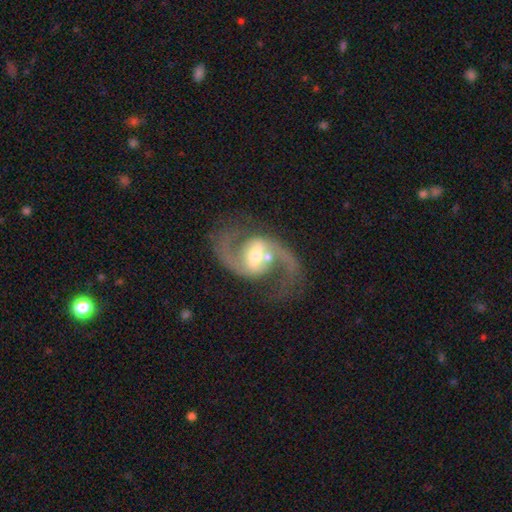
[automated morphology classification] This appears to be a featured or disk galaxy (92%) with a strong bar (43%), 2 (94%) medium (54%) spiral arms (97%) and a moderate central bulge (60%). Merging: none (74%).